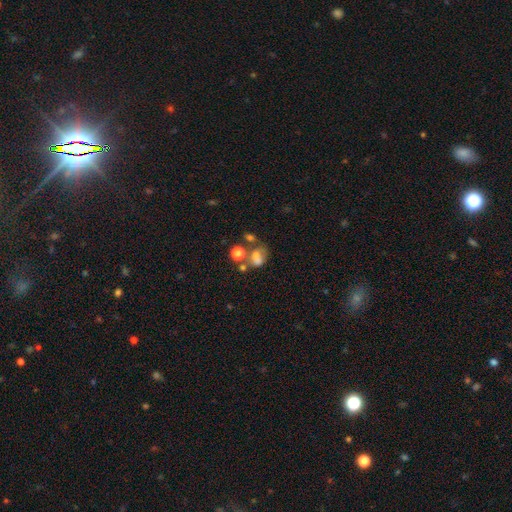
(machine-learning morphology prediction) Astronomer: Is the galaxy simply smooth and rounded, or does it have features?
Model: smooth — 60%.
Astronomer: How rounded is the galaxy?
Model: in between — 55% (runner-up: round, 43%).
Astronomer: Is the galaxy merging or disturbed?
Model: merger — 34% (runner-up: none, 31%).